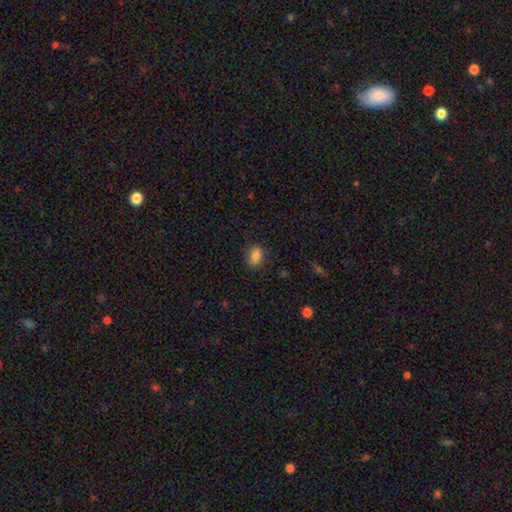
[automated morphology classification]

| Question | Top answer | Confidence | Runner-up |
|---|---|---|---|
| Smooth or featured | smooth | 85% | star or artifact (10%) |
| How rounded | in between | 74% | round (25%) |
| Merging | none | 82% | minor disturbance (14%) |